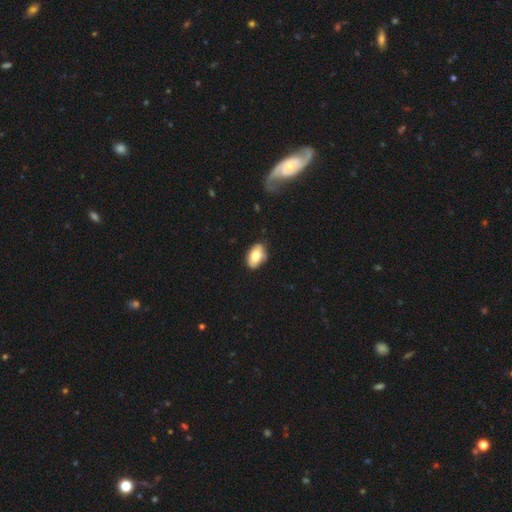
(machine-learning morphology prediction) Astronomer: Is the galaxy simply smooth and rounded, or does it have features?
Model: smooth — 77%.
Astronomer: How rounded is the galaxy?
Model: in between — 90%.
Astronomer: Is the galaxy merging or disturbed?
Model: none — 76%.